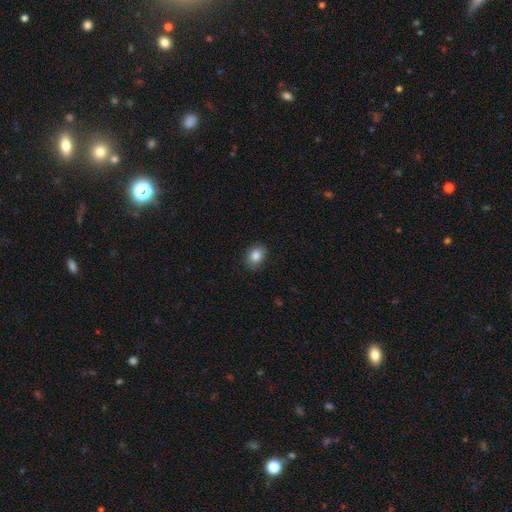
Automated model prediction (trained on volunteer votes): smooth-or-featured: smooth: 84% | star or artifact: 9% | featured or disk: 7%
  how-rounded: in between: 59% | round: 40% | cigar-shaped: 1%
  merging: none: 87% | minor disturbance: 10% | major disturbance: 2% | merger: 1%